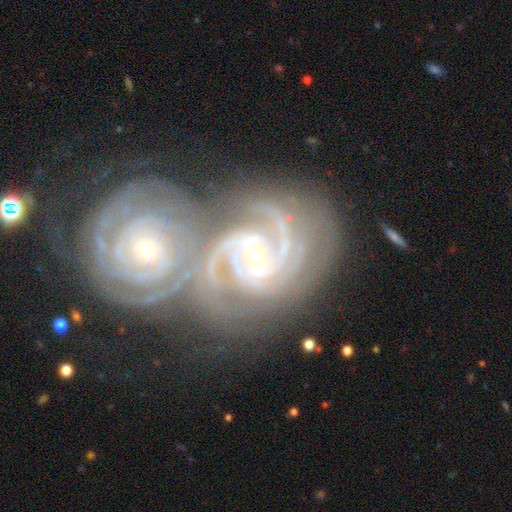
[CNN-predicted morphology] Overall: featured or disk (92%). Edge-on disk: no (97%). Bar: no (45%; weak 31%). Spiral arms: yes (99%). Spiral arm count: 3 (38%; 2 23%). Spiral winding: tight (71%). Bulge size: small (68%). Merging: merger (63%; none 25%).